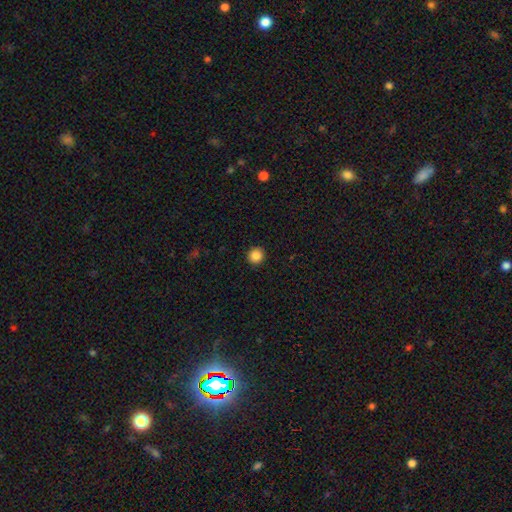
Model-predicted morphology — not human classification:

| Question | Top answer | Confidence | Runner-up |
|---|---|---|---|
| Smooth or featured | smooth | 87% | star or artifact (10%) |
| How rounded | round | 94% | in between (5%) |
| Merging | none | 93% | minor disturbance (4%) |